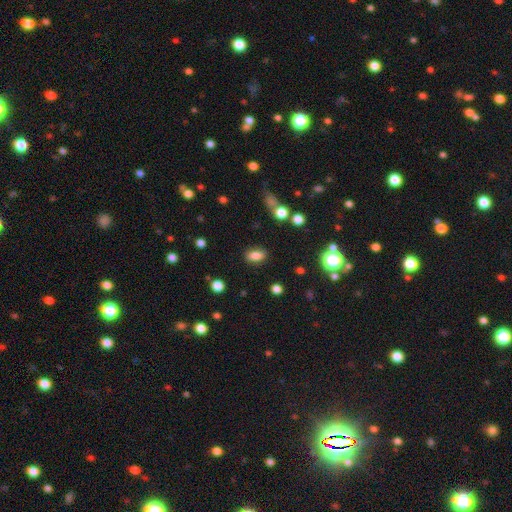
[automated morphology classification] Smooth or featured? smooth (81%)
How rounded? in between (84%)
Merging? none (84%)